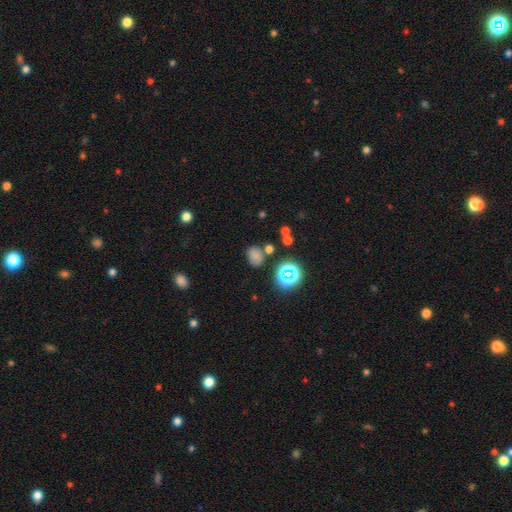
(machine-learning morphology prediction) Smooth or featured? smooth (68%)
How rounded? round (51%)
Merging? none (69%)